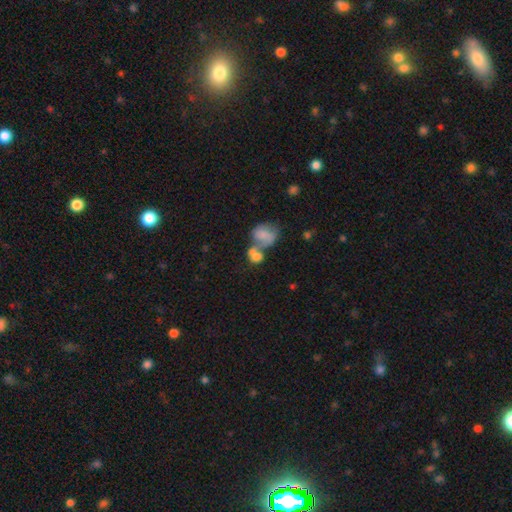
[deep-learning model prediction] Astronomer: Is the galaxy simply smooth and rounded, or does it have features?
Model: smooth — 67%.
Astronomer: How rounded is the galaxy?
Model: round — 52% (runner-up: in between, 46%).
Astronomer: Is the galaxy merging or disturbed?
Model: merger — 60%.